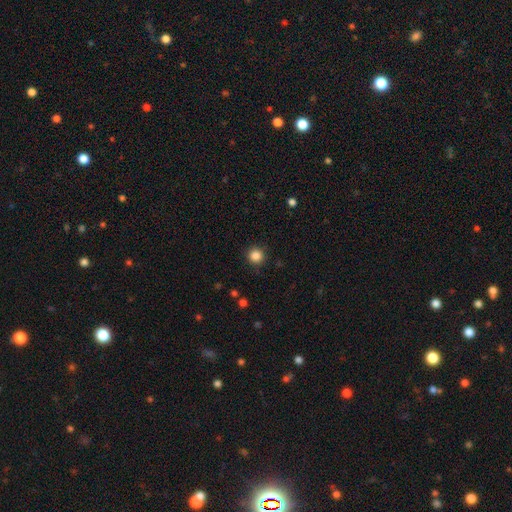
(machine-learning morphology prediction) A smooth galaxy with no disk features (86%) that is round (94%).

Vote fractions:
- Smooth or featured? smooth: 86% / star or artifact: 11% / featured or disk: 3%
- How rounded? round: 94% / in between: 5% / cigar-shaped: 1%
- Merging? none: 91% / minor disturbance: 6% / major disturbance: 2% / merger: 1%